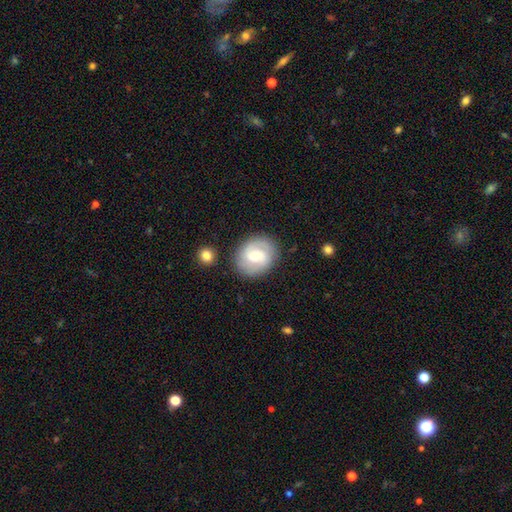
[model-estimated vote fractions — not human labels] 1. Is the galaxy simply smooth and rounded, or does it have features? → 65% featured or disk, 28% smooth, 6% star or artifact.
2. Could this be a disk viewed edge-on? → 97% no, 3% yes.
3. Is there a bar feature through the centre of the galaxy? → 51% weak, 38% no, 12% strong.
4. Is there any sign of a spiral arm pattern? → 88% yes, 12% no.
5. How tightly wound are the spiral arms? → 48% medium, 33% tight, 19% loose.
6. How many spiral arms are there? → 79% 2, 11% can't tell, 5% 3, 2% 1, 1% 4, 1% more than 4.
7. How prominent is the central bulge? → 54% moderate, 41% small, 3% large, 1% none, 1% dominant.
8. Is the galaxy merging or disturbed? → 83% none, 11% minor disturbance, 4% major disturbance, 3% merger.